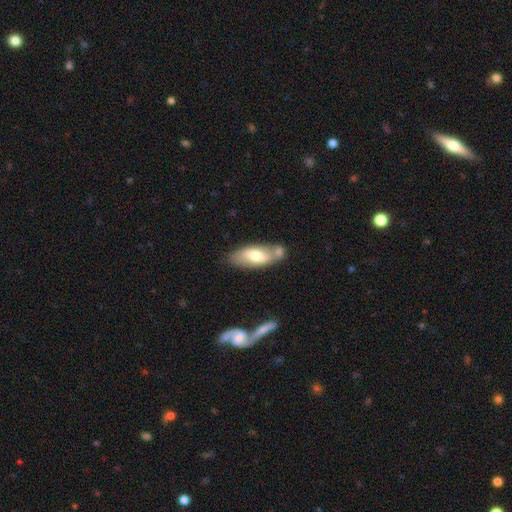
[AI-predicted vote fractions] The model was most divided on "merging": none: 54%, merger: 25%, minor disturbance: 17%, major disturbance: 5%. More confident: how rounded — in between (78%); smooth or featured — smooth (62%).